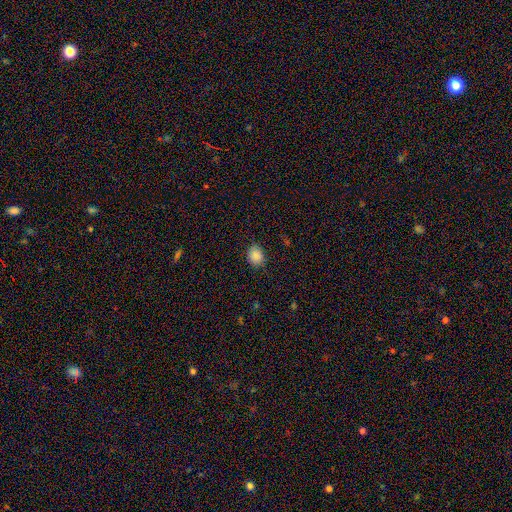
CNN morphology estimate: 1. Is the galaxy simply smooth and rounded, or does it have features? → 87% smooth, 9% star or artifact, 4% featured or disk.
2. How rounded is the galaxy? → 55% round, 44% in between, 1% cigar-shaped.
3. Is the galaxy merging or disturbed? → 81% none, 15% minor disturbance, 3% major disturbance, 1% merger.